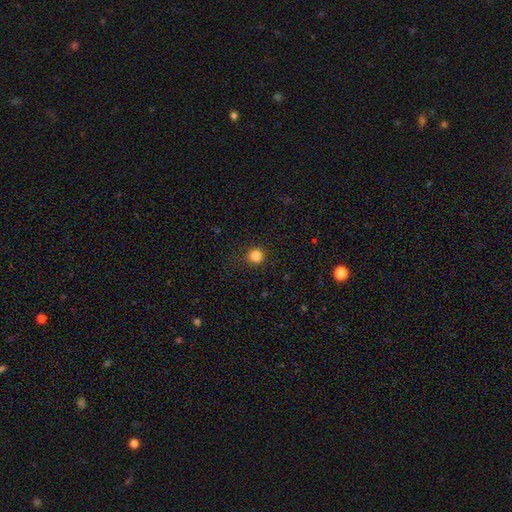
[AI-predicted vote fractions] Smooth or featured? smooth (84%)
How rounded? round (93%)
Merging? none (89%)